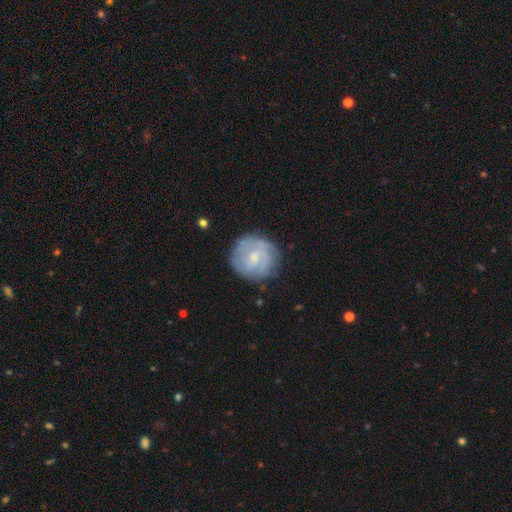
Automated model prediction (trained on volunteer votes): Q: Smooth or featured?
A: featured or disk (69%); runner-up: smooth (25%)
Q: Edge-on disk?
A: no (98%); runner-up: yes (2%)
Q: Bar?
A: no (46%); tied with: weak (46%)
Q: Spiral arms?
A: yes (86%); runner-up: no (14%)
Q: Spiral winding?
A: tight (61%); runner-up: medium (29%)
Q: Spiral arm count?
A: can't tell (41%); runner-up: 2 (26%)
Q: Bulge size?
A: small (57%); runner-up: moderate (32%)
Q: Merging?
A: none (77%); runner-up: minor disturbance (16%)